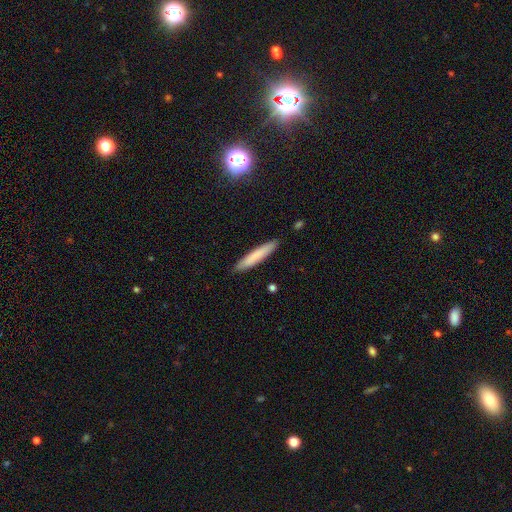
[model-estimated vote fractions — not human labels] Q: Smooth or featured?
A: smooth (78%); runner-up: featured or disk (16%)
Q: How rounded?
A: cigar-shaped (92%); runner-up: in between (7%)
Q: Merging?
A: none (89%); runner-up: minor disturbance (8%)